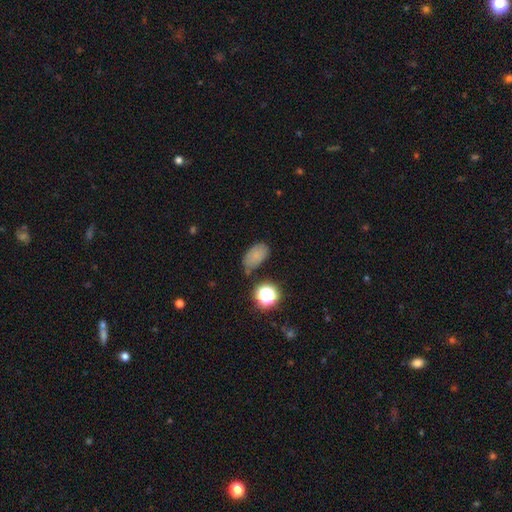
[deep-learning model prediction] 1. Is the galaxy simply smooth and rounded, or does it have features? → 73% smooth, 17% star or artifact, 10% featured or disk.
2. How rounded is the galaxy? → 87% in between, 11% round, 2% cigar-shaped.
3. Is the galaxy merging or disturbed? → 63% none, 24% minor disturbance, 7% major disturbance, 6% merger.